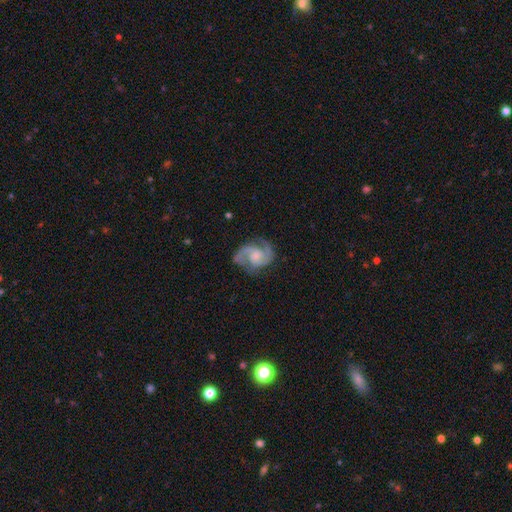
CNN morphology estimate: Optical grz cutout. It shows a featured or disk galaxy (88%) with no bar (57%), 2 (83%) medium (57%) spiral arms (97%) and a moderate central bulge (36%). Merging: none (73%).